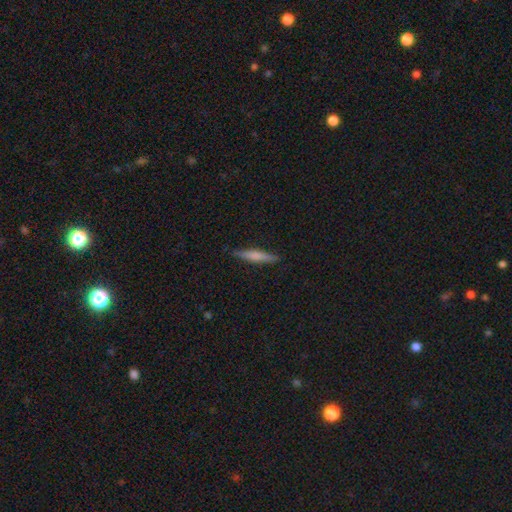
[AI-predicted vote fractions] Smooth or featured? smooth (57%)
How rounded? cigar-shaped (91%)
Merging? none (88%)